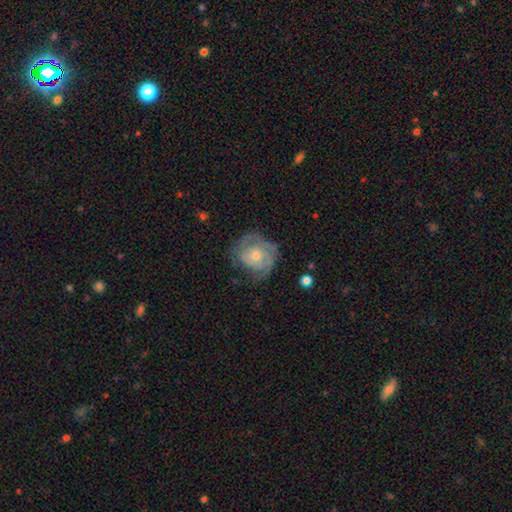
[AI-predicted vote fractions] featured or disk 70%, smooth 23%, star or artifact 7%. Down the decision tree: edge-on disk — no (97%); bar — no (81%); spiral arms — yes (84%); spiral arm count — can't tell (36%); spiral winding — tight (58%); bulge size — moderate (50%); merging — none (60%).